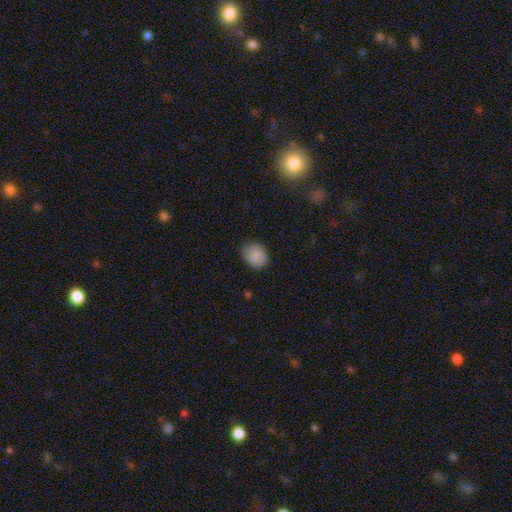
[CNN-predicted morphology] The model was most divided on "how rounded": round: 51%, in between: 48%, cigar-shaped: 1%. More confident: smooth or featured — smooth (88%); merging — none (82%).